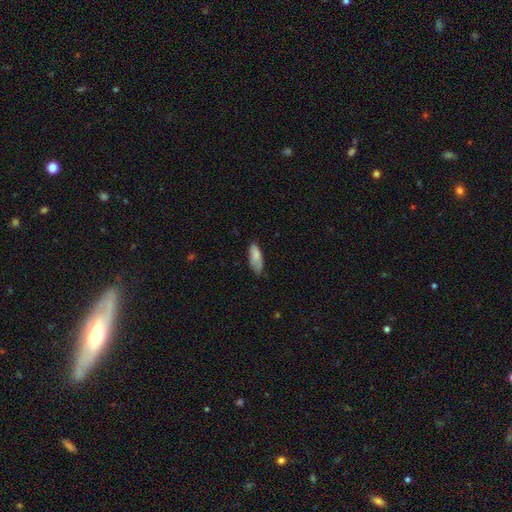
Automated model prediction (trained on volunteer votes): Smooth or featured?
  - smooth: 84% *
  - featured or disk: 9%
  - star or artifact: 7%
How rounded?
  - in between: 74% *
  - cigar-shaped: 24%
  - round: 2%
Merging?
  - none: 65% *
  - minor disturbance: 28%
  - major disturbance: 6%
  - merger: 2%